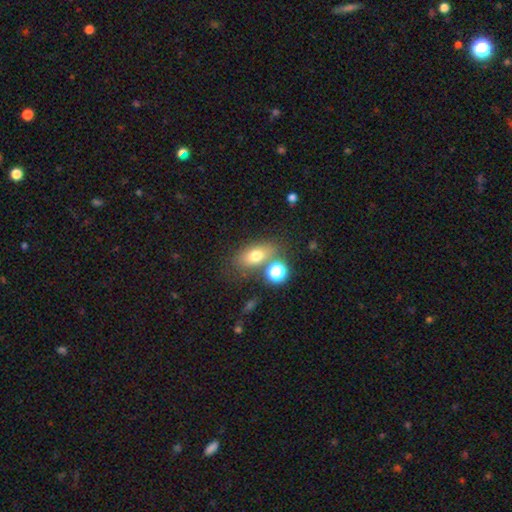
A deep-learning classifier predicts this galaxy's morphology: Q: Smooth or featured?
A: smooth (71%); runner-up: featured or disk (15%)
Q: How rounded?
A: in between (75%); runner-up: round (21%)
Q: Merging?
A: none (65%); runner-up: merger (16%)